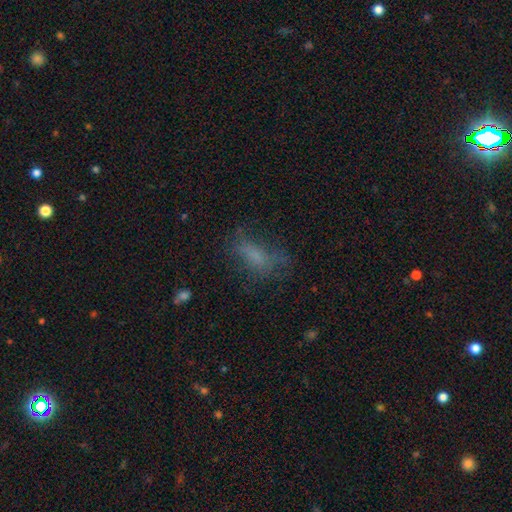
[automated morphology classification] Smooth or featured? smooth (57%)
How rounded? in between (74%)
Merging? none (50%)